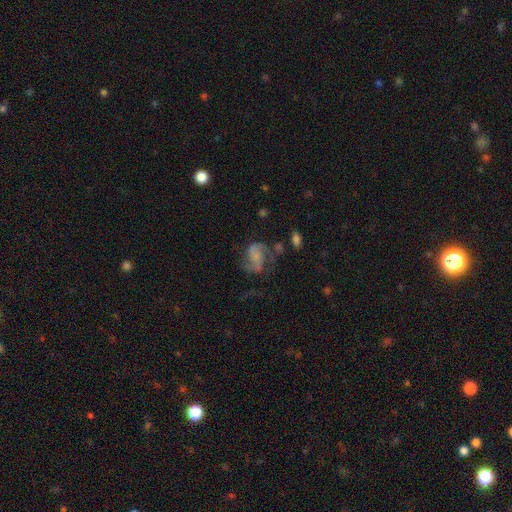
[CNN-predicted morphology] A featured or disk galaxy (70%) with no bar (56%), 2 (82%) medium (45%) spiral arms (89%) and a small central bulge (42%). Merging: none (46%).